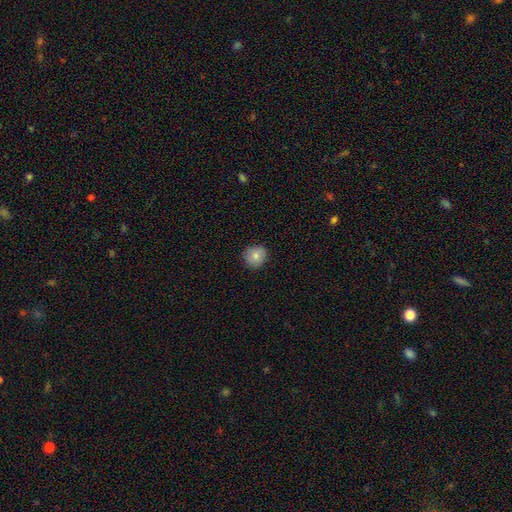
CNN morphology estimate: This appears to be a smooth galaxy with no disk features (83%) that is round (91%). Merging: none (88%).